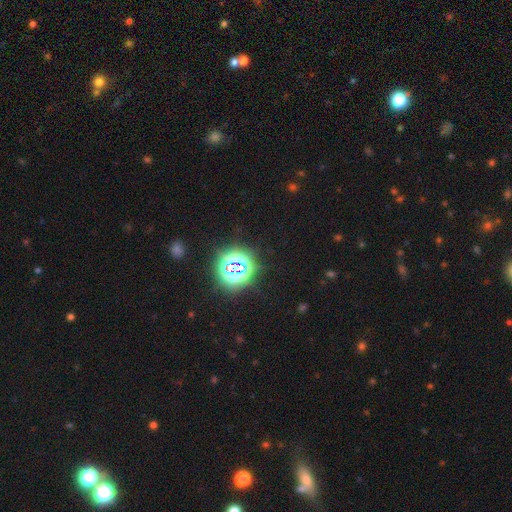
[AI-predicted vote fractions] A star or artifact, not a galaxy (74%).